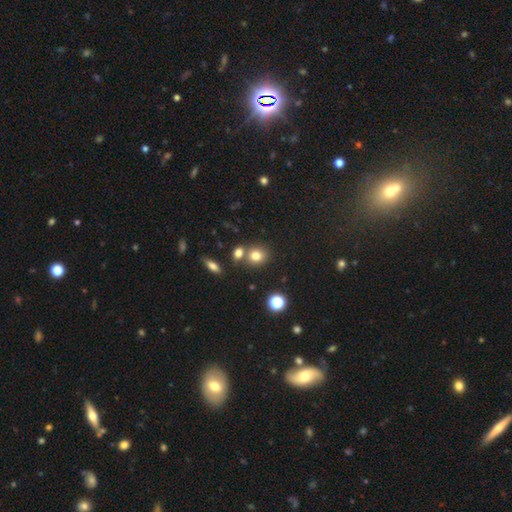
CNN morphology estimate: A smooth galaxy with no disk features (76%) that is round (74%).

Vote fractions:
- Smooth or featured? smooth: 76% / star or artifact: 14% / featured or disk: 9%
- How rounded? round: 74% / in between: 25% / cigar-shaped: 1%
- Merging? none: 65% / merger: 22% / minor disturbance: 10% / major disturbance: 3%